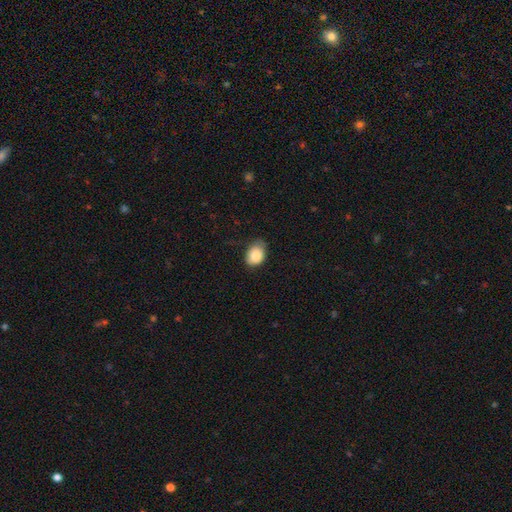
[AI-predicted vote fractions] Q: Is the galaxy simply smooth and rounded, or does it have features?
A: smooth — 86%.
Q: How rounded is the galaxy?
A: in between — 73%.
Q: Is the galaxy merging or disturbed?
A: none — 62%.